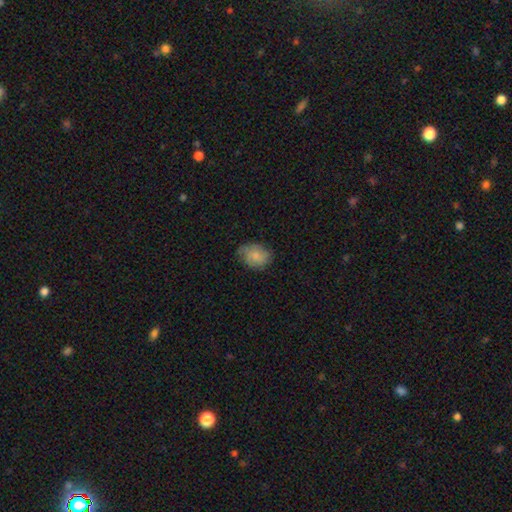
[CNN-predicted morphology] smooth-or-featured: smooth: 64% | featured or disk: 28% | star or artifact: 7%
  how-rounded: in between: 61% | round: 38% | cigar-shaped: 1%
  merging: none: 65% | minor disturbance: 27% | major disturbance: 7% | merger: 1%